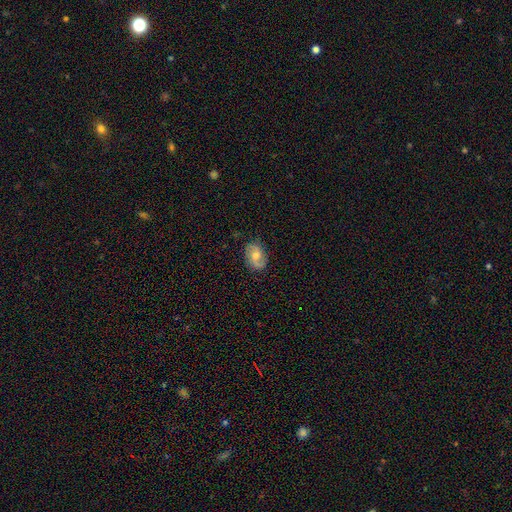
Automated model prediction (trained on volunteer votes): Smooth or featured? Predicted: featured or disk (p=0.53). Edge-on disk? Predicted: no (p=0.96). Bar? Predicted: no (p=0.59). Spiral arms? Predicted: yes (p=0.88). Bulge size? Predicted: moderate (p=0.61). Merging? Predicted: none (p=0.77).